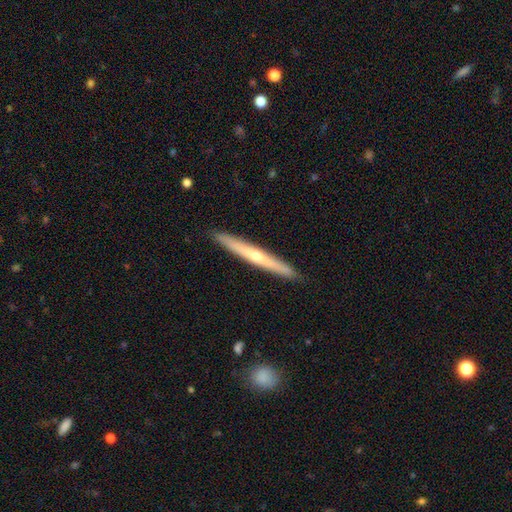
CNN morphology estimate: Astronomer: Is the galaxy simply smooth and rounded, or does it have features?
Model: featured or disk — 66%.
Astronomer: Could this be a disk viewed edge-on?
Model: yes — 97%.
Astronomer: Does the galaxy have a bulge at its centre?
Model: rounded — 72%.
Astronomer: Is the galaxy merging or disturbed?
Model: none — 92%.